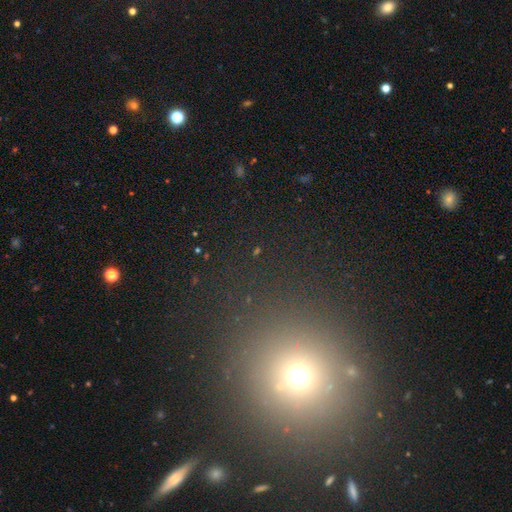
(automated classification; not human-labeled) A smooth galaxy with no disk features (47%).

Vote fractions:
- Smooth or featured? smooth: 47% / star or artifact: 44% / featured or disk: 9%
- Merging? none: 87% / minor disturbance: 7% / major disturbance: 3% / merger: 3%